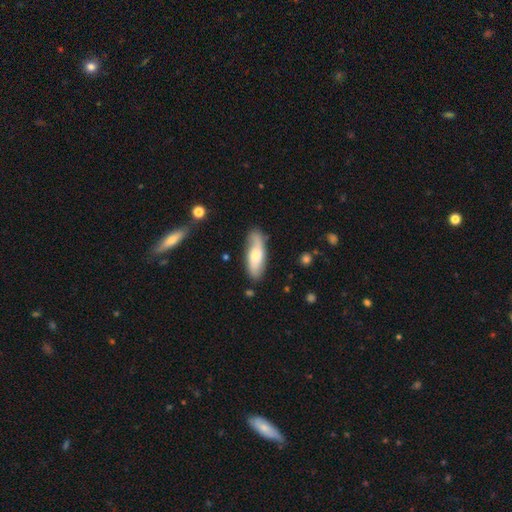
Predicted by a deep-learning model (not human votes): Overall: smooth (57%; featured or disk 37%). How rounded: in between (67%; cigar-shaped 31%). Merging: none (75%).